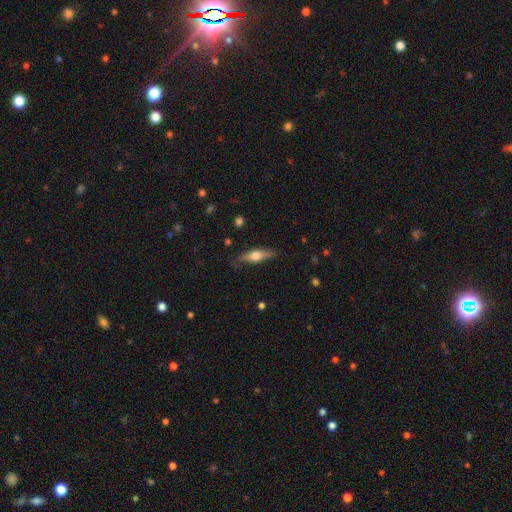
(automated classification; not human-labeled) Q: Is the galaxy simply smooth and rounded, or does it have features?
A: featured or disk — 48%.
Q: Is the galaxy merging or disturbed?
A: none — 81%.